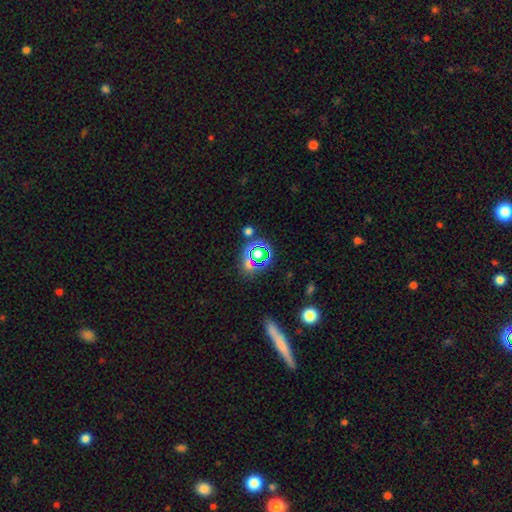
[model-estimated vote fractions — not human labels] This appears to be a star or artifact, not a galaxy (54%).